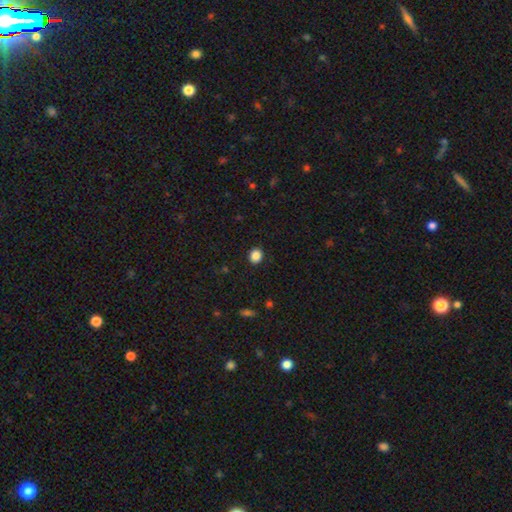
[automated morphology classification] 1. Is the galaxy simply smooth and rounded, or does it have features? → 87% smooth, 10% star or artifact, 3% featured or disk.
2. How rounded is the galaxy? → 71% round, 28% in between, 1% cigar-shaped.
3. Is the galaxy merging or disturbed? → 91% none, 6% minor disturbance, 2% major disturbance, 1% merger.